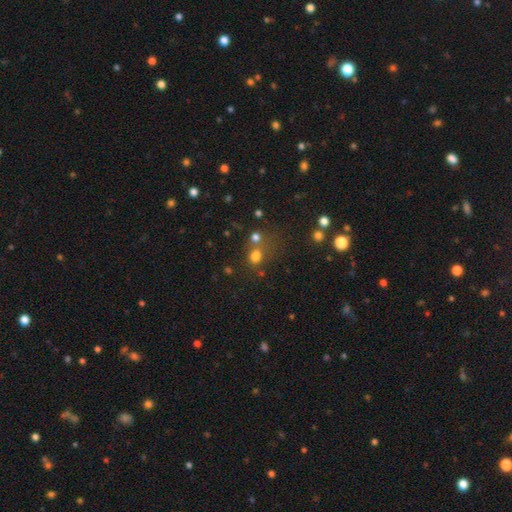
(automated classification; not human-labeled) This is likely a smooth galaxy (72%). How rounded: likely round (62%). Merging: possibly none (53%).